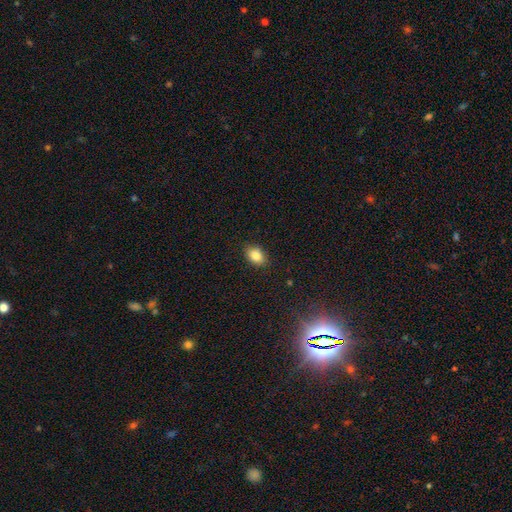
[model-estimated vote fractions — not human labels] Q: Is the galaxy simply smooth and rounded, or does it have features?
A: smooth — 85%.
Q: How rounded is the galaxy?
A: in between — 80%.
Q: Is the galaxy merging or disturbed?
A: none — 87%.